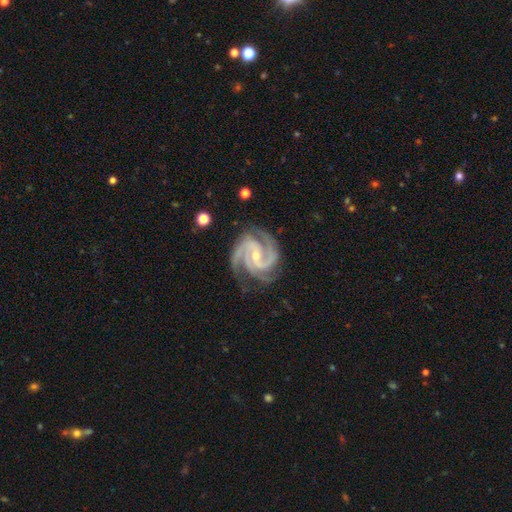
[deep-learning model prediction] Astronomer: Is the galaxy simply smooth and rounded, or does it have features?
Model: featured or disk — 94%.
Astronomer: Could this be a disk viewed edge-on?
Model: no — 98%.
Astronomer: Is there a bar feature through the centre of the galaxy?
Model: no — 42% (runner-up: weak, 38%).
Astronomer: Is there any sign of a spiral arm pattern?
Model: yes — 99%.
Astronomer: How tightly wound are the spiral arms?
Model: tight — 54% (runner-up: medium, 42%).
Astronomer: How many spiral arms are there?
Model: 3 — 63%.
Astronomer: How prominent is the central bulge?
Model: small — 63%.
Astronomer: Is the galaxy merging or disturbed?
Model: none — 78%.